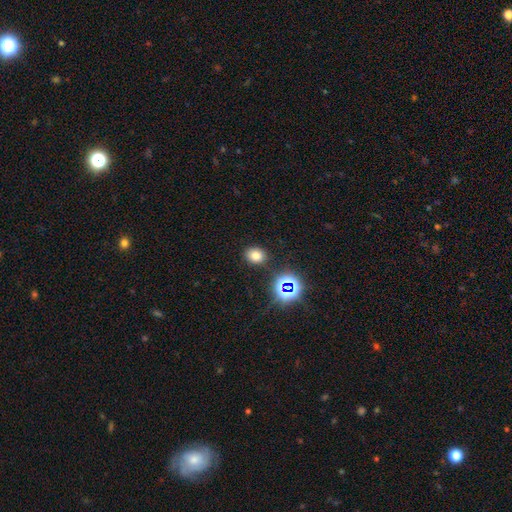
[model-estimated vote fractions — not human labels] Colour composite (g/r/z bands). It shows a smooth galaxy with no disk features (72%) that is round (50%). Merging: none (85%).